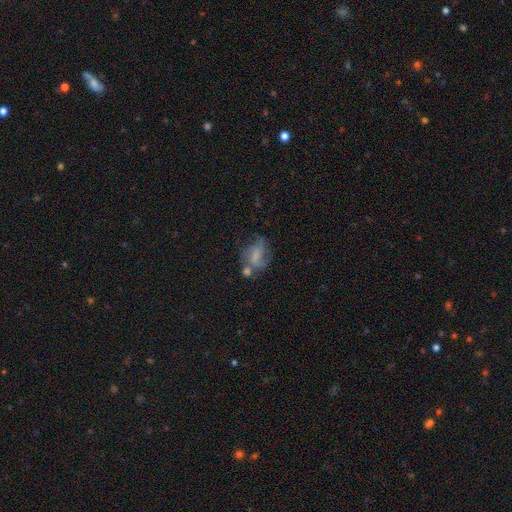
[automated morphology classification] This appears to be a featured or disk galaxy (54%) with no bar (56%), spiral arms (72%) and a small central bulge (45%). Merging: none (37%).